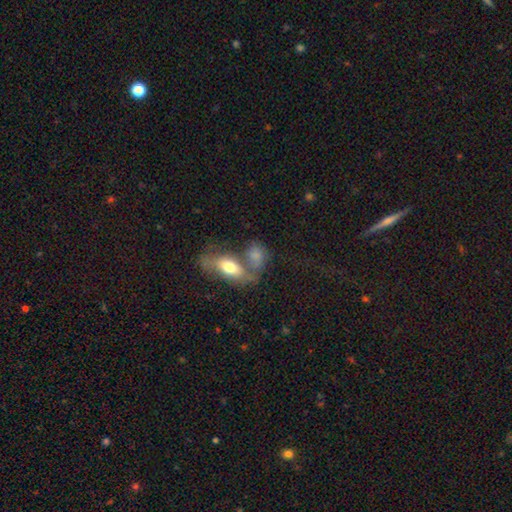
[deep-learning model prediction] smooth_or_featured: smooth (p=0.69) [alt: featured or disk p=0.21]
how_rounded: in between (p=0.76) [alt: round p=0.17]
merging: merger (p=0.47) [alt: none p=0.30]